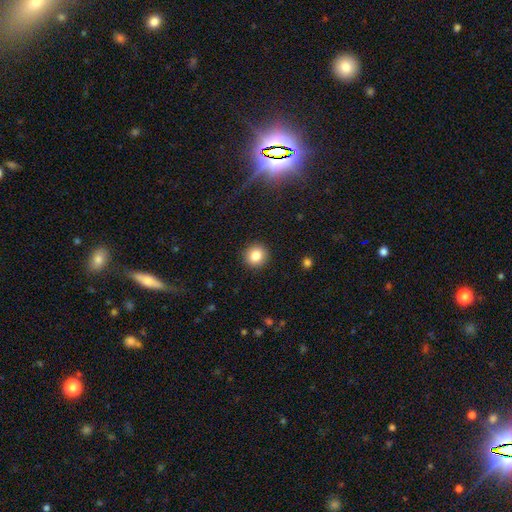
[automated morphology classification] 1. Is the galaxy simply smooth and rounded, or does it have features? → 83% smooth, 10% star or artifact, 7% featured or disk.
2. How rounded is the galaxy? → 93% round, 6% in between, 1% cigar-shaped.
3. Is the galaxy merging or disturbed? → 92% none, 5% minor disturbance, 2% major disturbance, 1% merger.